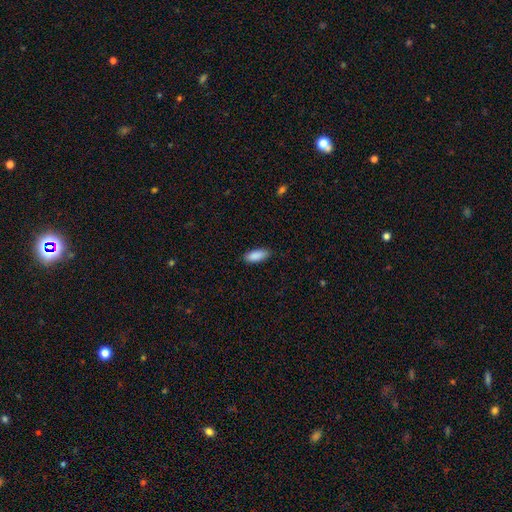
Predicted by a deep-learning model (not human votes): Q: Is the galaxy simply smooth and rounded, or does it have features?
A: smooth — 90%.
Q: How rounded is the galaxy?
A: in between — 81%.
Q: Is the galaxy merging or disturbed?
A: none — 85%.